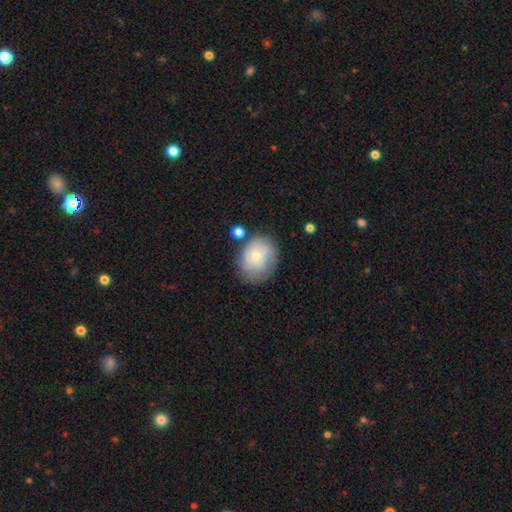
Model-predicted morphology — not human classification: smooth 76%, featured or disk 16%, star or artifact 8%. Down the decision tree: how rounded — round (54%); merging — none (61%).